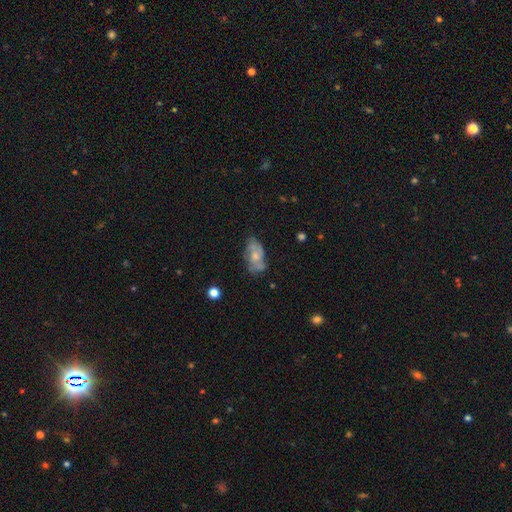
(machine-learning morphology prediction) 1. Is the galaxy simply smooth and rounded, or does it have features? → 49% featured or disk, 43% smooth, 8% star or artifact.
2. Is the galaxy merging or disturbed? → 54% none, 30% minor disturbance, 12% major disturbance, 4% merger.